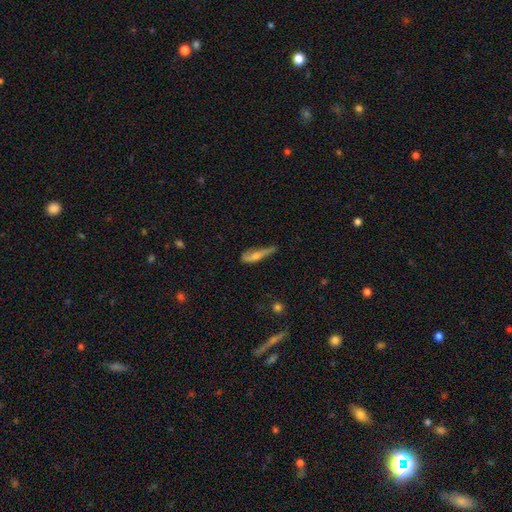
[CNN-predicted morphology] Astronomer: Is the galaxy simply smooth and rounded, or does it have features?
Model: smooth — 48% (runner-up: featured or disk, 43%).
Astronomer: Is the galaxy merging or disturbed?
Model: none — 42% (runner-up: minor disturbance, 37%).